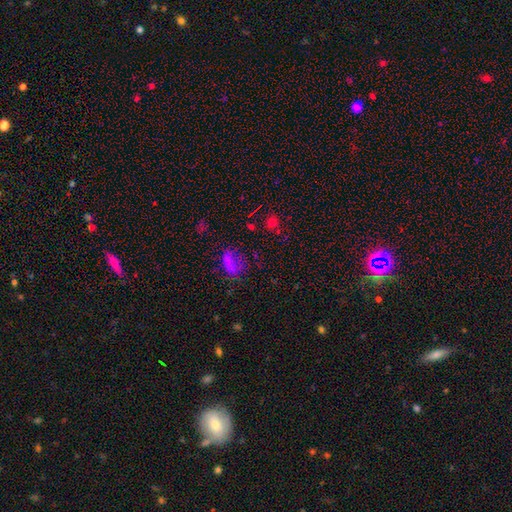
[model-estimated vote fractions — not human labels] This is possibly a smooth galaxy (58%). How rounded: possibly in between (57%). Merging: possibly none (51%).